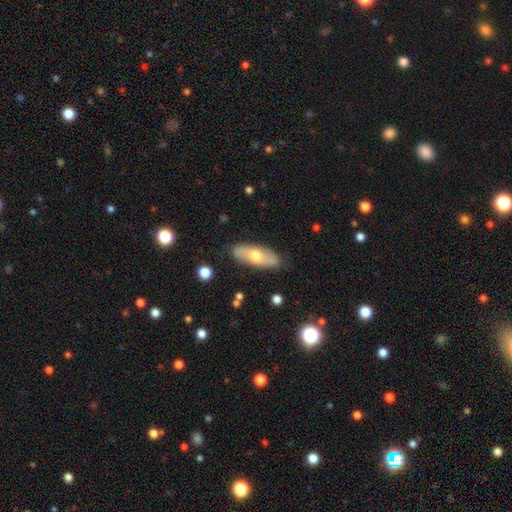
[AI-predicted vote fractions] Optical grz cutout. It shows a smooth galaxy with no disk features (51%) that is in between round and cigar-shaped (70%). Merging: none (84%).